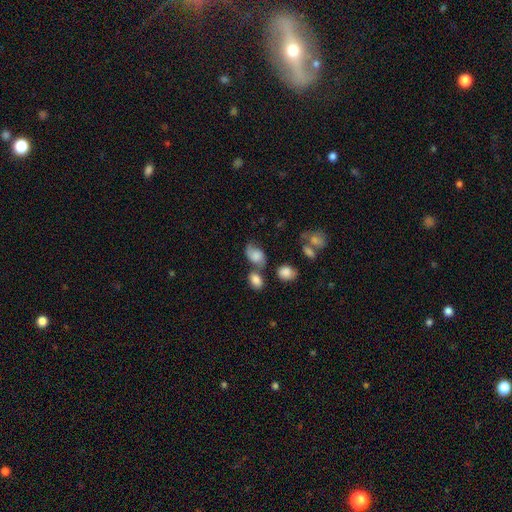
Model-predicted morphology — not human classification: A smooth galaxy with no disk features (51%) that is in between round and cigar-shaped (78%).

Vote fractions:
- Smooth or featured? smooth: 51% / featured or disk: 40% / star or artifact: 9%
- How rounded? in between: 78% / round: 19% / cigar-shaped: 2%
- Merging? none: 43% / merger: 23% / minor disturbance: 23% / major disturbance: 11%